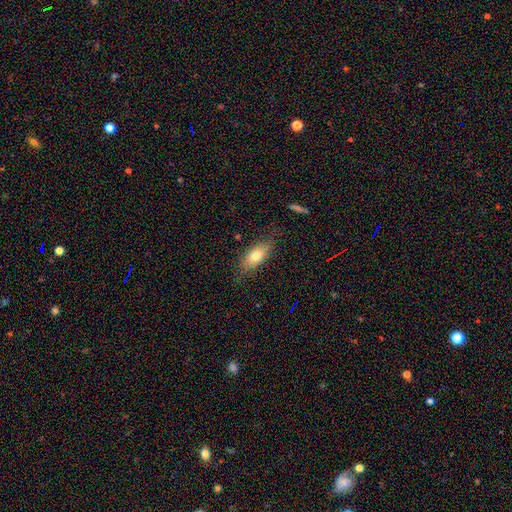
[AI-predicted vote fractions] A smooth galaxy with no disk features (71%) that is in between round and cigar-shaped (78%).

Vote fractions:
- Smooth or featured? smooth: 71% / featured or disk: 21% / star or artifact: 8%
- How rounded? in between: 78% / cigar-shaped: 18% / round: 4%
- Merging? none: 73% / minor disturbance: 20% / major disturbance: 5% / merger: 2%